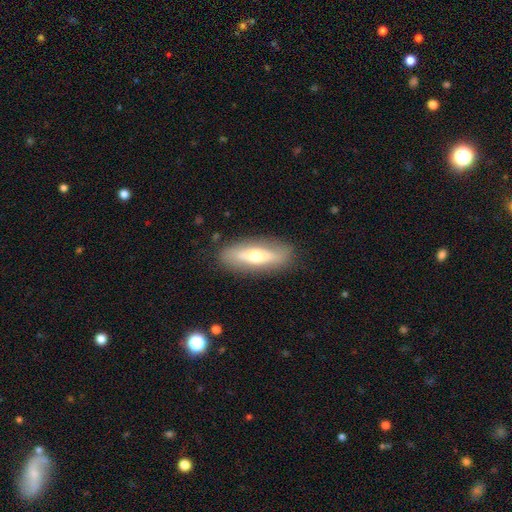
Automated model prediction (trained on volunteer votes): This appears to be a featured or disk galaxy (48%). Merging: none (84%).